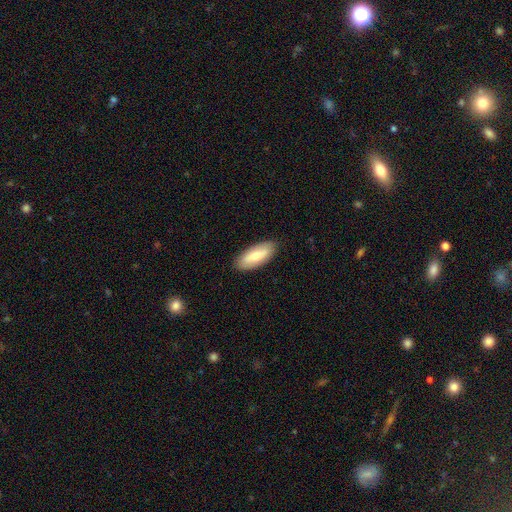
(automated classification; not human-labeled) This appears to be a smooth galaxy with no disk features (71%) that is in between round and cigar-shaped (80%). Merging: none (88%).